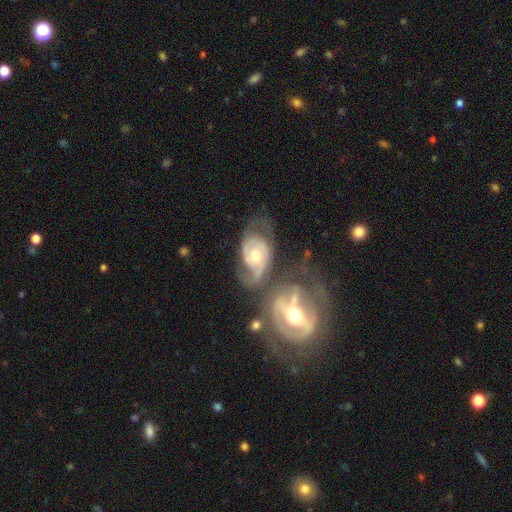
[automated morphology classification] This is clearly a featured or disk galaxy (81%). It is clearly not viewed edge-on (96%). Bar: likely no (68%). Spiral arm pattern: clearly yes (89%). Spiral arm count: possibly 2 (50%). Spiral winding: possibly tight (51%). Central bulge: likely moderate (65%). Merging: marginally merger (31%).